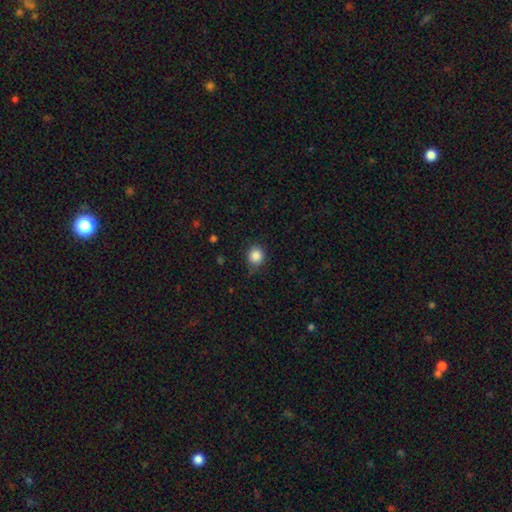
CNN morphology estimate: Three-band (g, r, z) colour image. It shows a smooth galaxy with no disk features (86%) that is round (84%). Merging: none (79%).